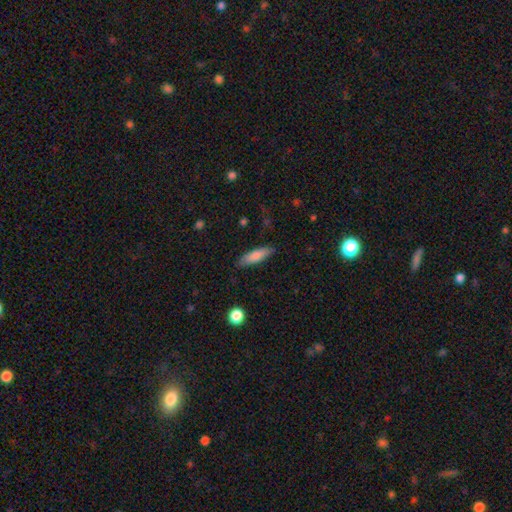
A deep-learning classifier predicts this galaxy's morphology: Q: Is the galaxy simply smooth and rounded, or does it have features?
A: smooth — 79%.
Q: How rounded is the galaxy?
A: cigar-shaped — 55%.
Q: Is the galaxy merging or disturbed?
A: none — 84%.